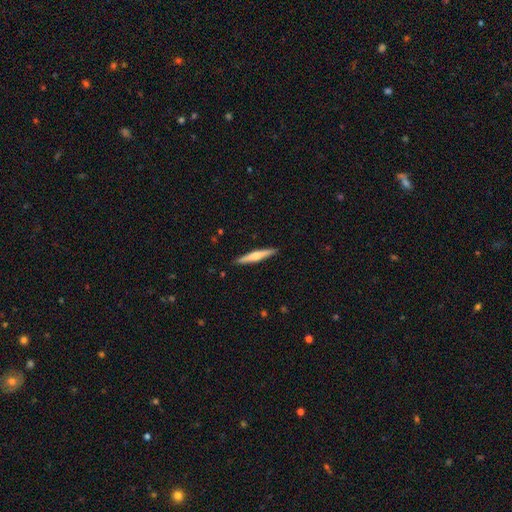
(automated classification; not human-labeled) smooth-or-featured: featured or disk: 50% | smooth: 44% | star or artifact: 5%
  disk-edge-on: yes: 97% | no: 3%
  merging: none: 91% | minor disturbance: 7% | major disturbance: 1% | merger: 1%